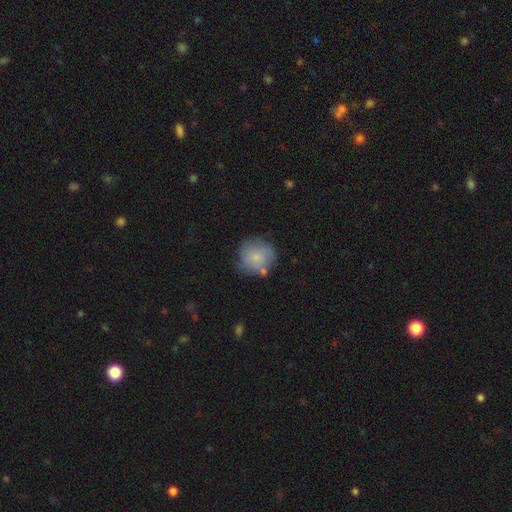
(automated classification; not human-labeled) Smooth or featured: smooth — 73% (featured or disk — 20%)
How rounded: round — 90% (in between — 9%)
Merging: none — 68% (minor disturbance — 21%)